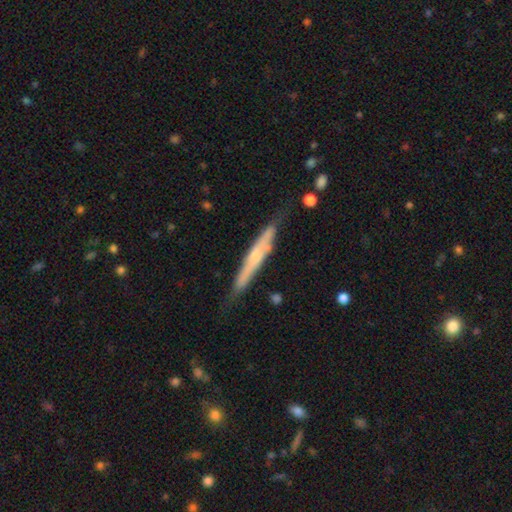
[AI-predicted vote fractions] This is possibly a featured or disk galaxy (59%). It is clearly viewed edge-on (89%). Edge-on bulge: likely rounded (63%). Merging: likely none (71%).